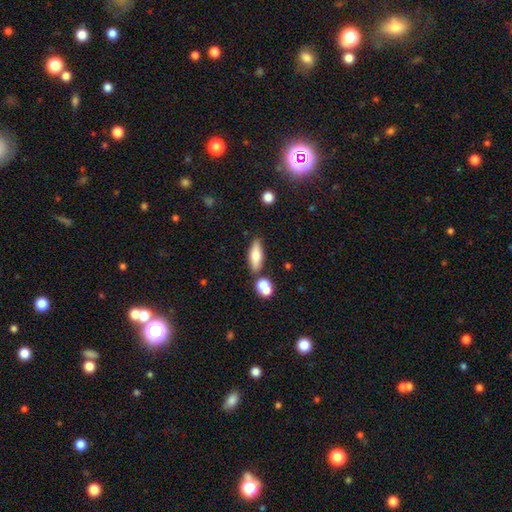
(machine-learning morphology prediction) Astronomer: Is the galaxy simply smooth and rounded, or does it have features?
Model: smooth — 71%.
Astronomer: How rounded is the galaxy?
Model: in between — 59% (runner-up: cigar-shaped, 38%).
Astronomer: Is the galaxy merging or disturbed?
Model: none — 75%.